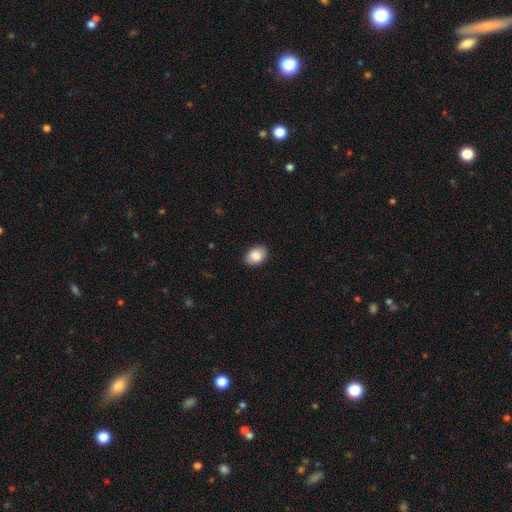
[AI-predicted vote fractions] Q: Smooth or featured?
A: smooth (82%); runner-up: featured or disk (11%)
Q: How rounded?
A: in between (80%); runner-up: round (19%)
Q: Merging?
A: none (89%); runner-up: minor disturbance (9%)